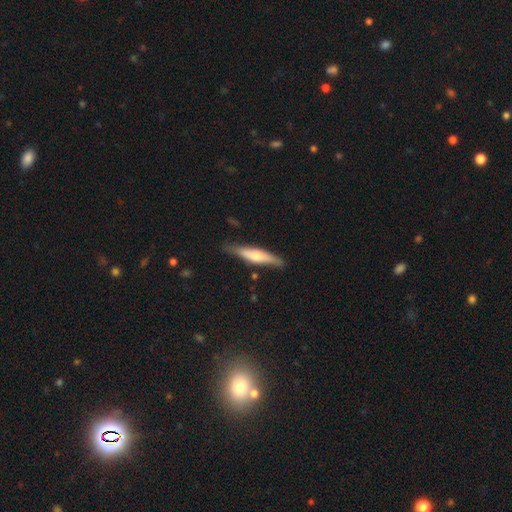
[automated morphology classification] Smooth or featured? Predicted: smooth (p=0.51). How rounded? Predicted: cigar-shaped (p=0.82). Merging? Predicted: none (p=0.78).